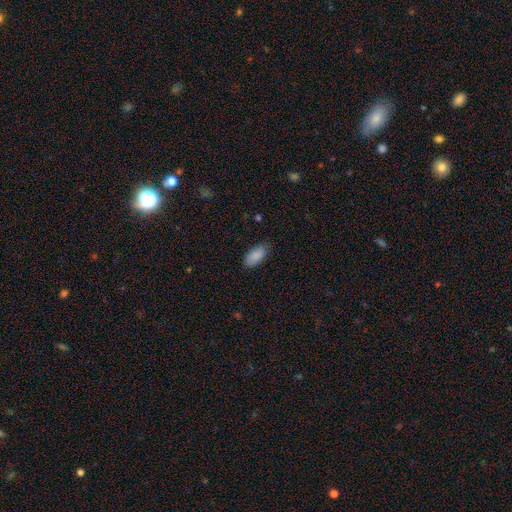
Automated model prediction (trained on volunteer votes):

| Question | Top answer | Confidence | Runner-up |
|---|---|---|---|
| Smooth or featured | smooth | 88% | star or artifact (6%) |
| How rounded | in between | 92% | cigar-shaped (6%) |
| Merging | none | 80% | minor disturbance (16%) |